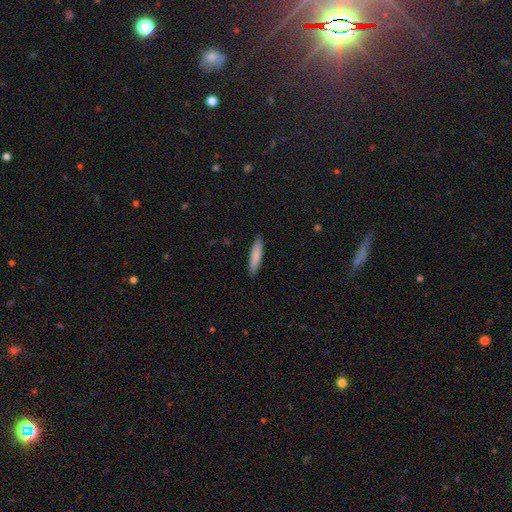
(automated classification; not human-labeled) smooth_or_featured: smooth (p=0.84) [alt: featured or disk p=0.11]
how_rounded: cigar-shaped (p=0.74) [alt: in between p=0.24]
merging: none (p=0.89) [alt: minor disturbance p=0.08]